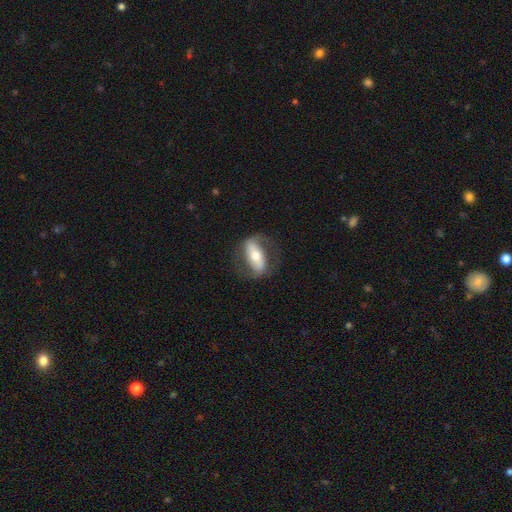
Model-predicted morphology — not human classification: Overall: featured or disk (65%; smooth 29%). Edge-on disk: no (84%). Bar: strong (59%; no 22%). Spiral arms: yes (68%; no 32%). Bulge size: moderate (63%; small 25%). Merging: none (73%).